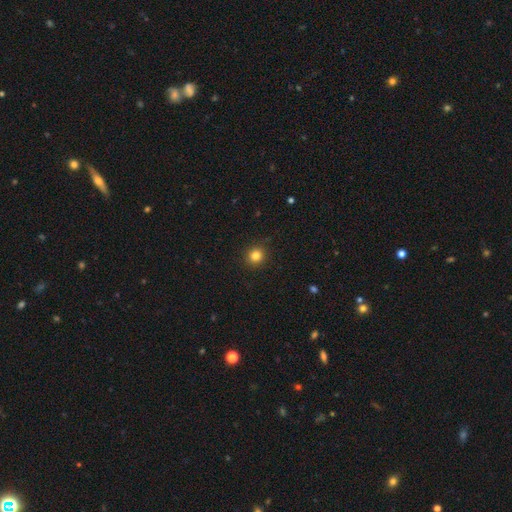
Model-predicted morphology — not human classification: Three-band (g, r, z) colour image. It shows a smooth galaxy with no disk features (83%) that is round (90%). Merging: none (90%).